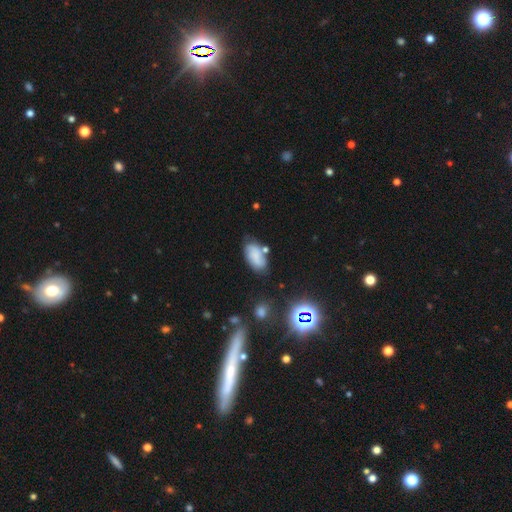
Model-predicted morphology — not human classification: smooth 66%, featured or disk 22%, star or artifact 12%. Down the decision tree: how rounded — in between (91%); merging — none (63%).